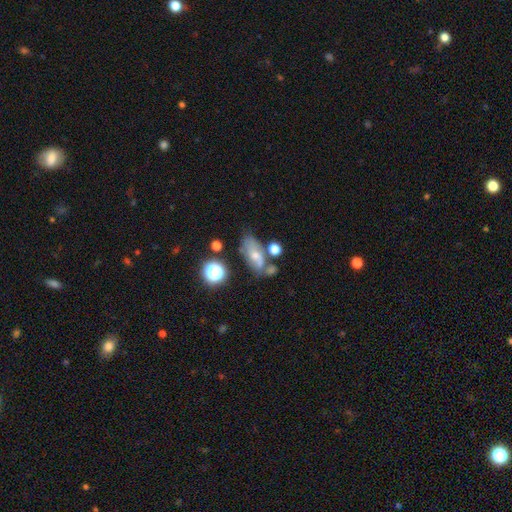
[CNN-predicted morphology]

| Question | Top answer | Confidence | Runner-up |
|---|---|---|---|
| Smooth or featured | smooth | 51% | featured or disk (35%) |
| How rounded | in between | 80% | round (12%) |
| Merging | none | 45% | minor disturbance (24%) |